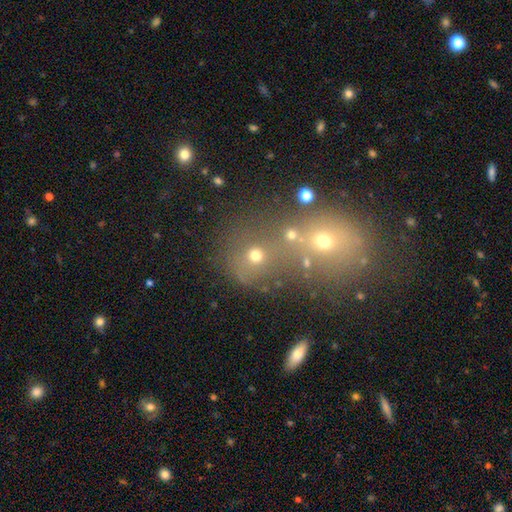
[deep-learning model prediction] Smooth or featured: smooth — 64% (star or artifact — 24%)
How rounded: round — 83% (in between — 15%)
Merging: none — 47% (merger — 39%)